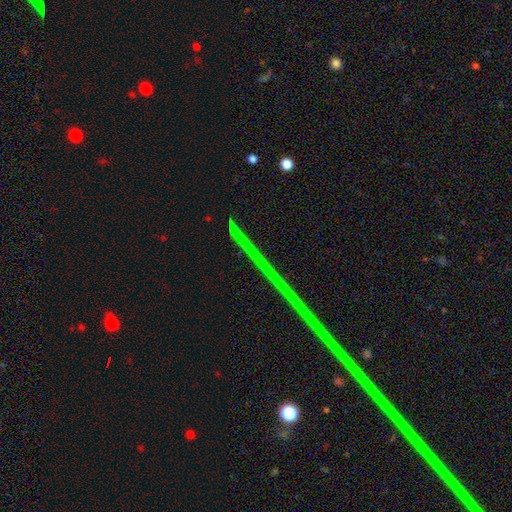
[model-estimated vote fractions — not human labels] Smooth or featured? Predicted: star or artifact (p=0.84).